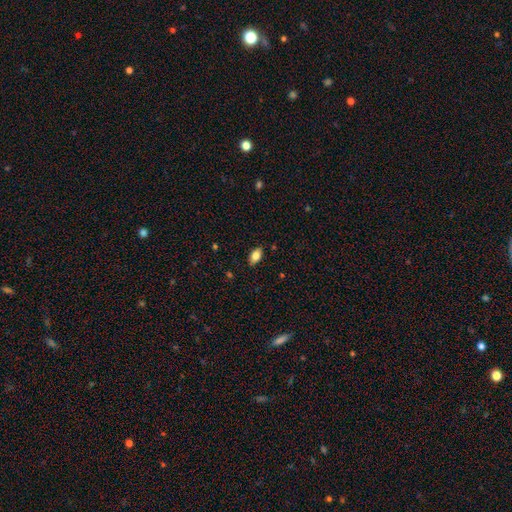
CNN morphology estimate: A smooth galaxy with no disk features (79%) that is in between round and cigar-shaped (90%).

Vote fractions:
- Smooth or featured? smooth: 79% / featured or disk: 12% / star or artifact: 8%
- How rounded? in between: 90% / round: 6% / cigar-shaped: 3%
- Merging? none: 87% / minor disturbance: 10% / major disturbance: 2% / merger: 1%